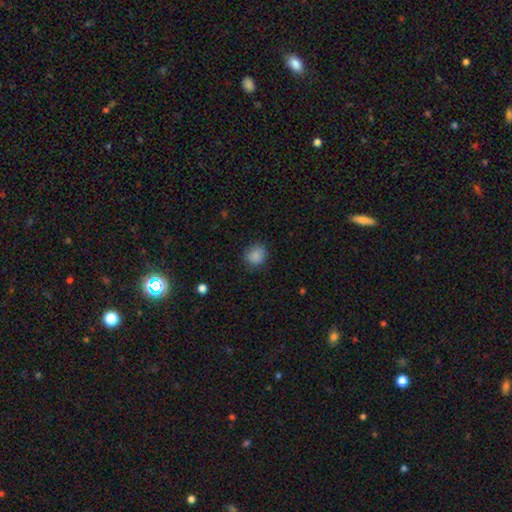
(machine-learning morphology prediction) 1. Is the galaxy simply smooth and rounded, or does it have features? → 87% smooth, 10% star or artifact, 4% featured or disk.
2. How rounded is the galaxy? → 78% round, 21% in between, 1% cigar-shaped.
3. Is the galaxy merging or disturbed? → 82% none, 13% minor disturbance, 4% major disturbance, 1% merger.